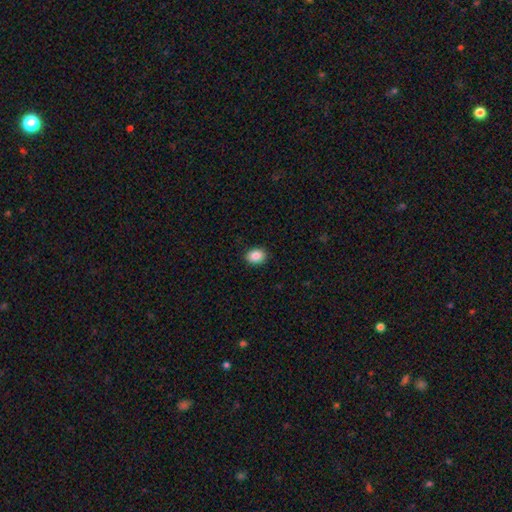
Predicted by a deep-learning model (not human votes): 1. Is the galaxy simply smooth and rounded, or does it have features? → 87% smooth, 9% star or artifact, 4% featured or disk.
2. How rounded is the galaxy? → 55% in between, 44% round, 1% cigar-shaped.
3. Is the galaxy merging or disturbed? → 90% none, 7% minor disturbance, 2% major disturbance, 1% merger.